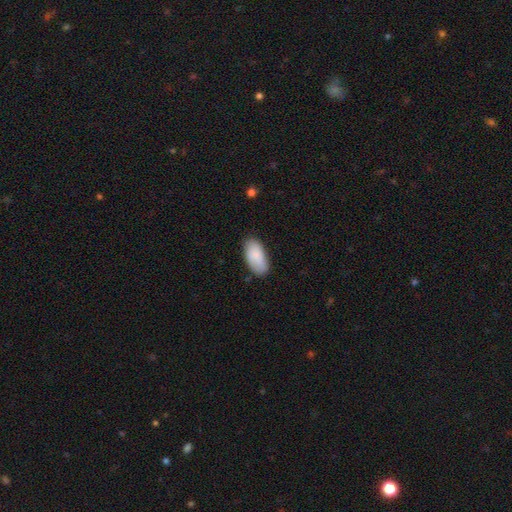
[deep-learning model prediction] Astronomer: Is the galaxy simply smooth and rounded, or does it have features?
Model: smooth — 84%.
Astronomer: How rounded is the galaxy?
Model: in between — 93%.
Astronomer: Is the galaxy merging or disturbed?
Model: none — 79%.